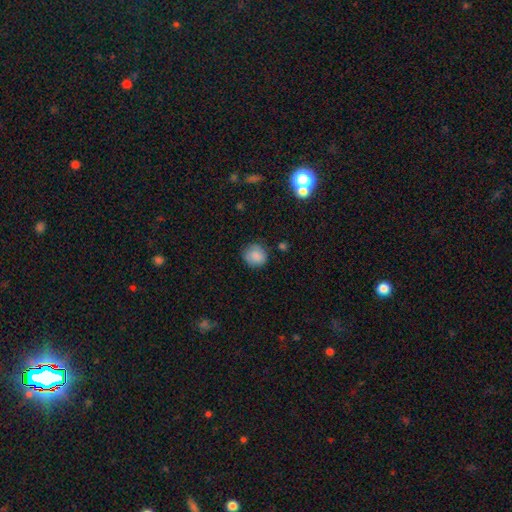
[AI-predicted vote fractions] A smooth galaxy with no disk features (85%) that is round (89%). Merging: none (79%).